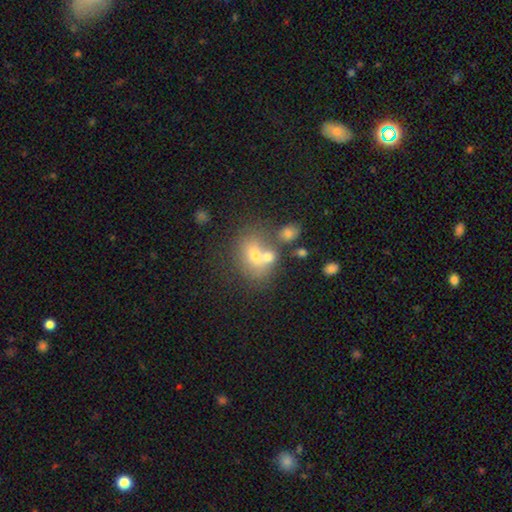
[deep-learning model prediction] Smooth or featured?
  - smooth: 63% *
  - featured or disk: 24%
  - star or artifact: 13%
How rounded?
  - in between: 50% *
  - round: 49%
  - cigar-shaped: 1%
Merging?
  - merger: 45% *
  - none: 38%
  - minor disturbance: 11%
  - major disturbance: 5%